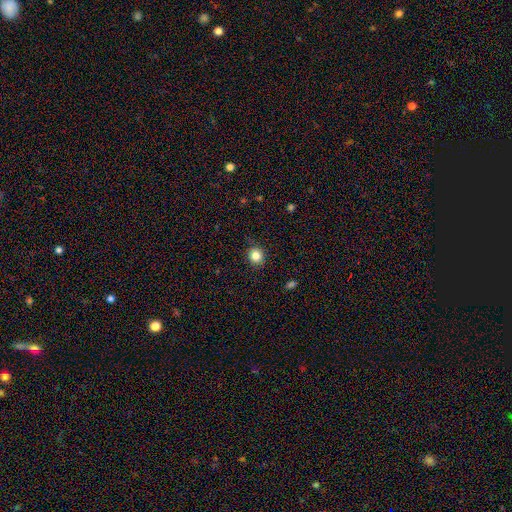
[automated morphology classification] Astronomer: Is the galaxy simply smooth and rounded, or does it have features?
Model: smooth — 83%.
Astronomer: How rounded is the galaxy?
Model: round — 86%.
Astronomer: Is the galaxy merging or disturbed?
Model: none — 88%.